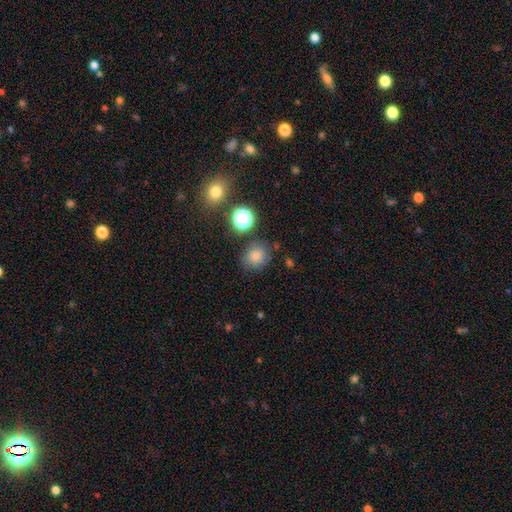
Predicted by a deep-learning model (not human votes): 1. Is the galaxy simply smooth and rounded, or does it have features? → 78% smooth, 16% star or artifact, 6% featured or disk.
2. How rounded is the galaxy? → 81% round, 18% in between, 1% cigar-shaped.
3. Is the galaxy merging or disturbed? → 77% none, 13% minor disturbance, 5% merger, 5% major disturbance.